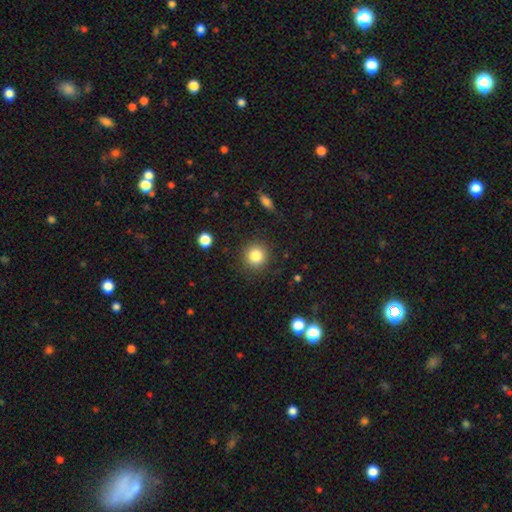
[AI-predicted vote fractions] Smooth or featured? Predicted: smooth (p=0.83). How rounded? Predicted: round (p=0.92). Merging? Predicted: none (p=0.89).